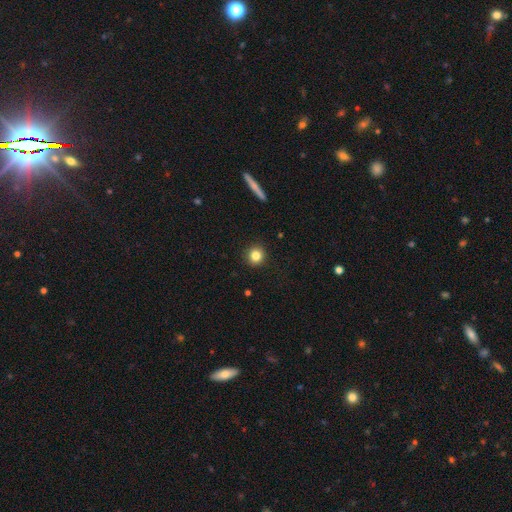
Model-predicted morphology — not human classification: Smooth or featured?
  - smooth: 83% *
  - star or artifact: 11%
  - featured or disk: 7%
How rounded?
  - round: 92% *
  - in between: 7%
  - cigar-shaped: 1%
Merging?
  - none: 92% *
  - minor disturbance: 6%
  - major disturbance: 2%
  - merger: 1%